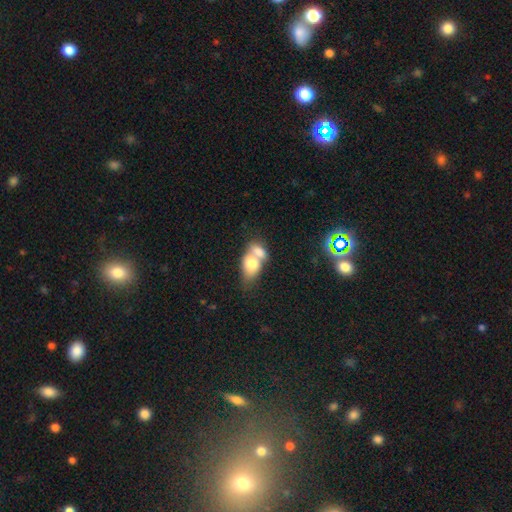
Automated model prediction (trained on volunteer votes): This appears to be a smooth galaxy with no disk features (70%) that is in between round and cigar-shaped (76%). Merging: merger (72%).